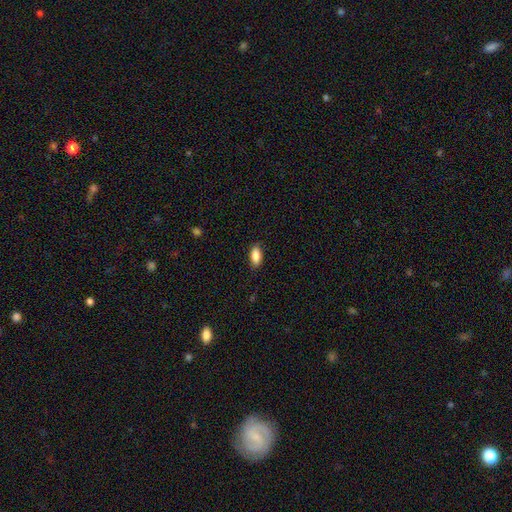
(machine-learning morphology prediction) A smooth galaxy with no disk features (86%) that is in between round and cigar-shaped (88%). Merging: none (84%).